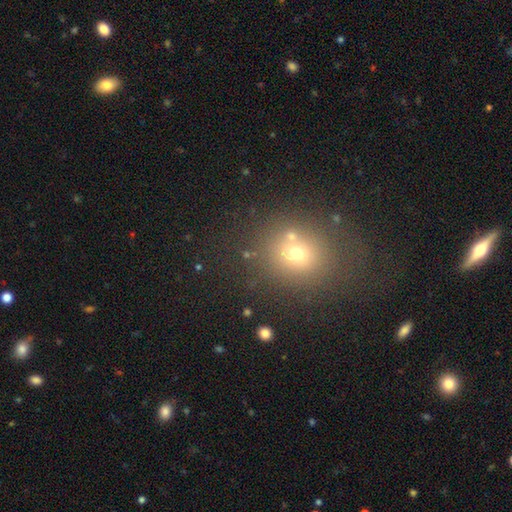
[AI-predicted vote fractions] Q: Smooth or featured?
A: smooth (58%); runner-up: star or artifact (28%)
Q: How rounded?
A: round (68%); runner-up: in between (30%)
Q: Merging?
A: none (69%); runner-up: merger (14%)